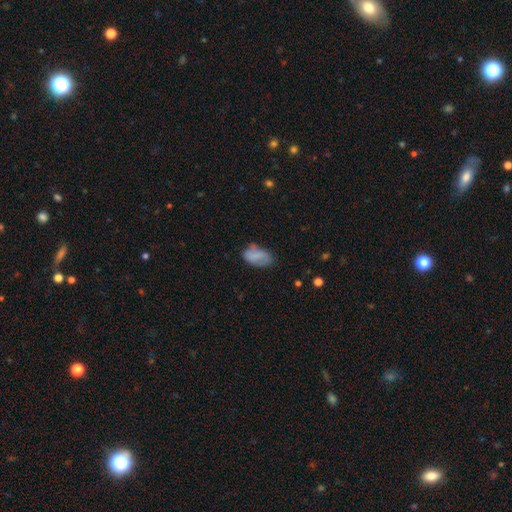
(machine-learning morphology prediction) A smooth galaxy with no disk features (70%) that is in between round and cigar-shaped (92%). Merging: none (58%).